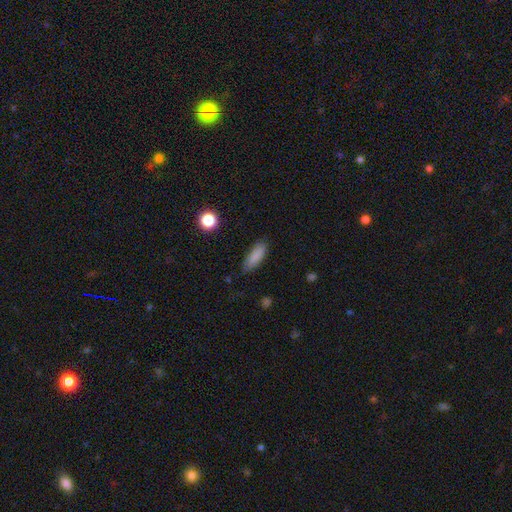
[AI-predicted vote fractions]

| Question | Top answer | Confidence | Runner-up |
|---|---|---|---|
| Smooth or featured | smooth | 86% | star or artifact (8%) |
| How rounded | in between | 59% | cigar-shaped (38%) |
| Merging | none | 81% | minor disturbance (15%) |